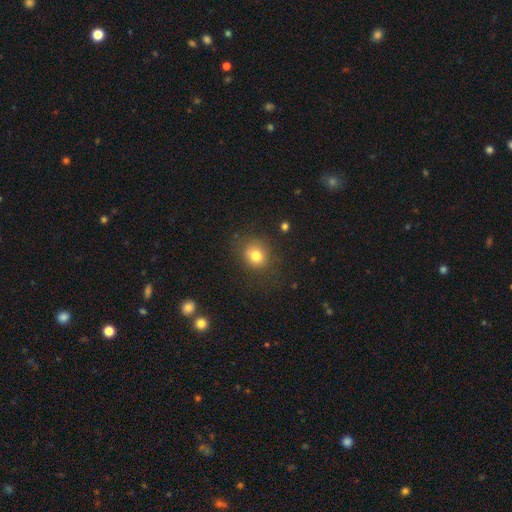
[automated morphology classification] Overall: smooth (77%). How rounded: round (74%). Merging: none (74%).